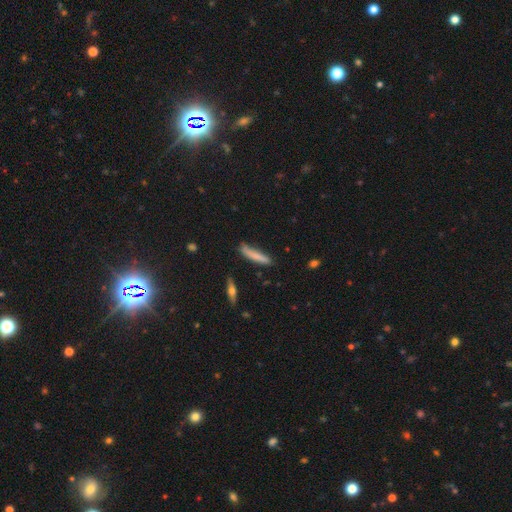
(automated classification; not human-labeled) smooth 75%, featured or disk 18%, star or artifact 7%. Down the decision tree: how rounded — cigar-shaped (88%); merging — none (70%).